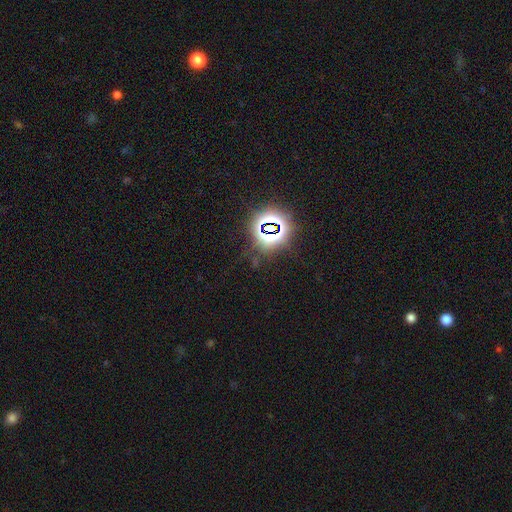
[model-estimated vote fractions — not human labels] Smooth or featured?
  - star or artifact: 81% *
  - smooth: 11%
  - featured or disk: 8%